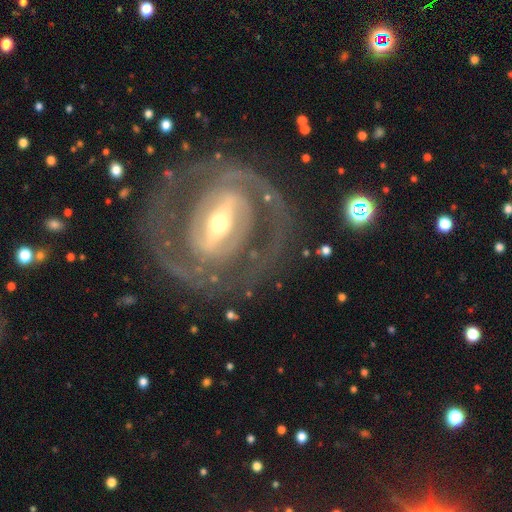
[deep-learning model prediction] A featured or disk galaxy (87%) with a strong bar (62%), 2 (66%) tight (59%) spiral arms (86%) and a moderate central bulge (46%).

Vote fractions:
- Smooth or featured? featured or disk: 87% / smooth: 7% / star or artifact: 6%
- Edge-on disk? no: 94% / yes: 6%
- Bar? strong: 62% / weak: 27% / no: 11%
- Spiral arms? yes: 86% / no: 14%
- Spiral winding? tight: 59% / medium: 32% / loose: 9%
- Spiral arm count? 2: 66% / can't tell: 17% / 3: 6% / 1: 4% / 4: 3% / more than 4: 3%
- Bulge size? moderate: 46% / small: 43% / large: 8% / dominant: 1% / none: 1%
- Merging? none: 77% / minor disturbance: 12% / major disturbance: 10% / merger: 2%